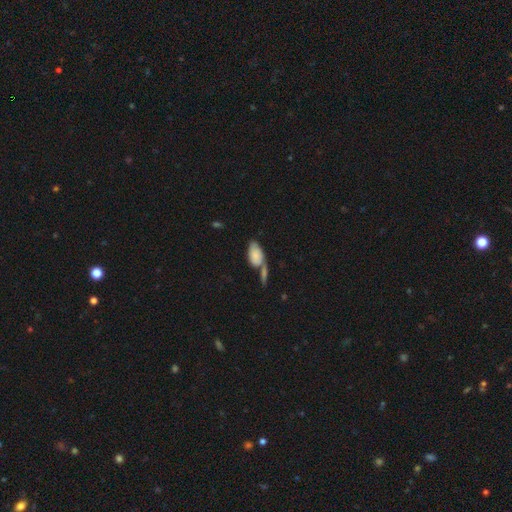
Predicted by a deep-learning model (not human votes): smooth 77%, featured or disk 16%, star or artifact 7%. Down the decision tree: how rounded — in between (92%); merging — merger (39%).